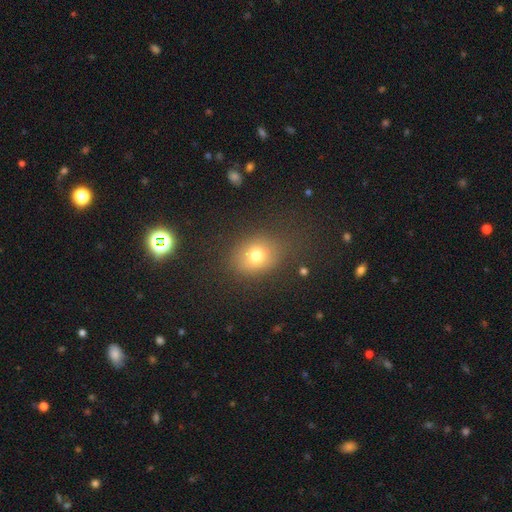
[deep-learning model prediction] Overall: smooth (75%). How rounded: round (58%; in between 40%). Merging: none (75%).